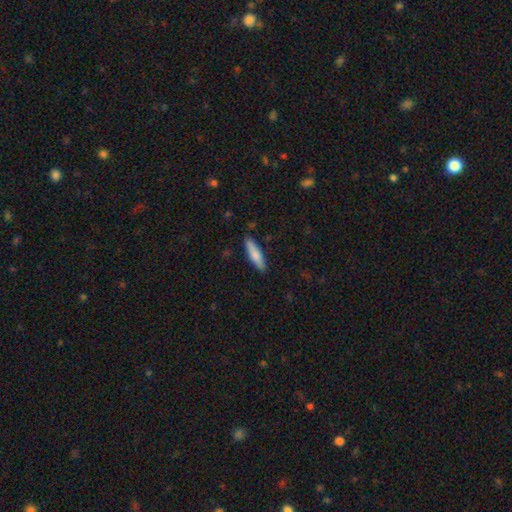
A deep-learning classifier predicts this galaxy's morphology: A smooth galaxy with no disk features (77%) that is cigar-shaped (72%). Merging: none (87%).